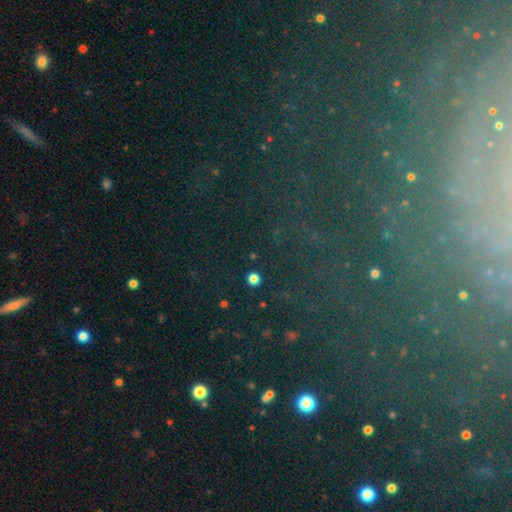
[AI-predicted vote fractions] star or artifact 73%, featured or disk 14%, smooth 13%.